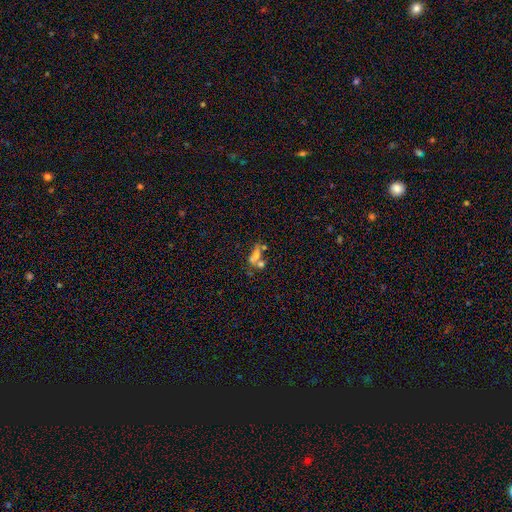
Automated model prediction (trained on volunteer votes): This is possibly a smooth galaxy (47%). Merging: marginally merger (43%).